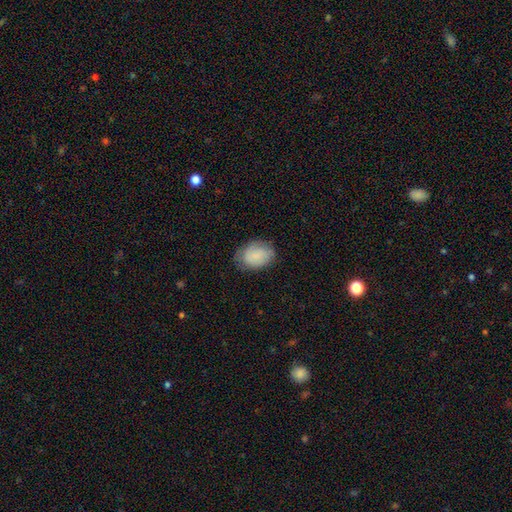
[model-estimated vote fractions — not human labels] Smooth or featured: smooth — 75% (featured or disk — 18%)
How rounded: in between — 73% (round — 26%)
Merging: none — 65% (minor disturbance — 26%)